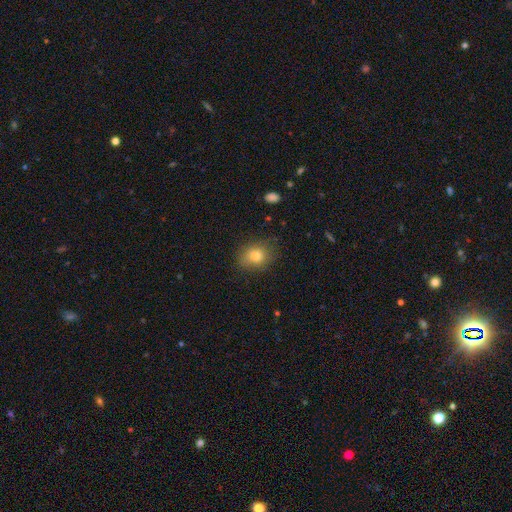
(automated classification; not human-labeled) Smooth or featured? smooth (80%)
How rounded? round (54%)
Merging? none (77%)